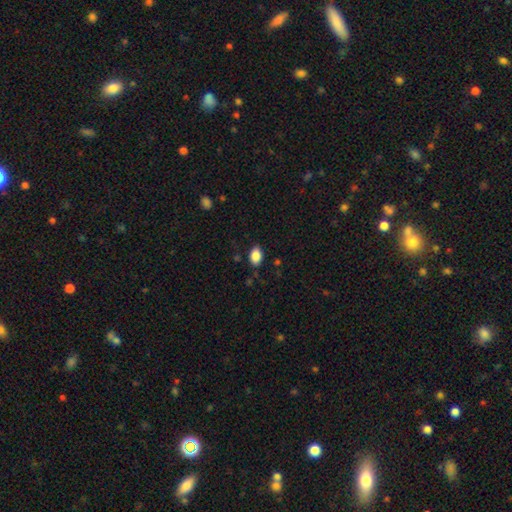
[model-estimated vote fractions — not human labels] A smooth galaxy with no disk features (87%) that is in between round and cigar-shaped (88%). Merging: none (84%).